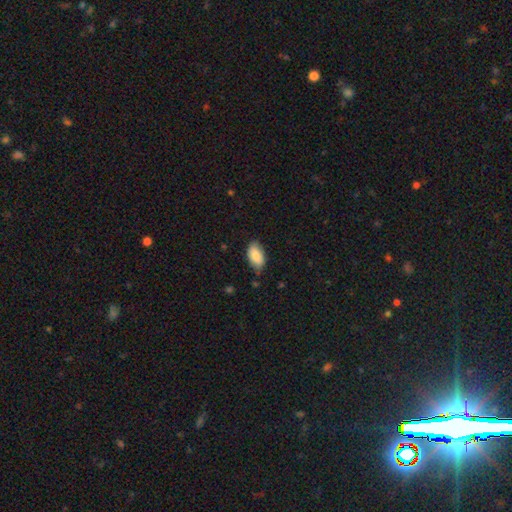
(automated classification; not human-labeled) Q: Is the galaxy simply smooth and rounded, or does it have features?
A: smooth — 85%.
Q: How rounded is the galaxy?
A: in between — 94%.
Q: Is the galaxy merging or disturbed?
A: none — 75%.